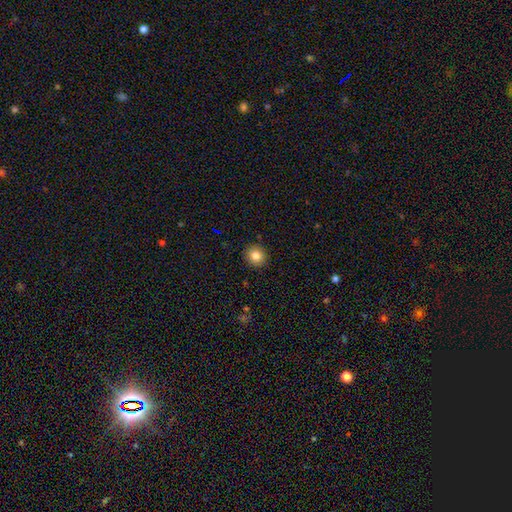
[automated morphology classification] A smooth galaxy with no disk features (83%) that is round (91%). Merging: none (92%).